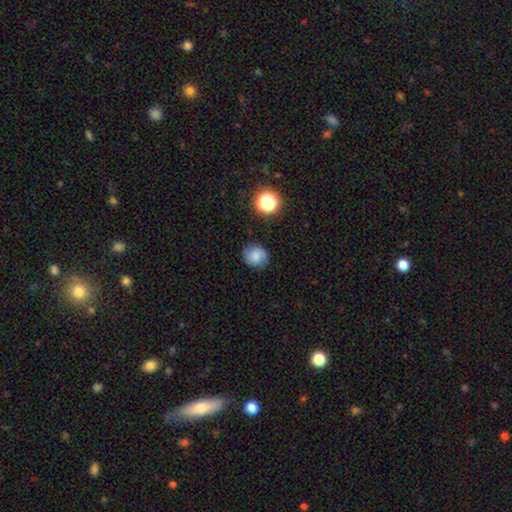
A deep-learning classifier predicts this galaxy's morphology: Smooth or featured?
  - smooth: 63% *
  - featured or disk: 24%
  - star or artifact: 13%
How rounded?
  - round: 82% *
  - in between: 17%
  - cigar-shaped: 1%
Merging?
  - none: 81% *
  - minor disturbance: 14%
  - major disturbance: 4%
  - merger: 2%